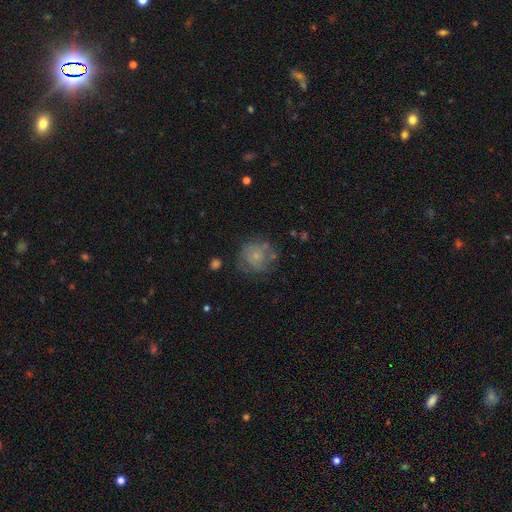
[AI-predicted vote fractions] Smooth or featured? Predicted: smooth (p=0.60). How rounded? Predicted: round (p=0.87). Merging? Predicted: none (p=0.61).